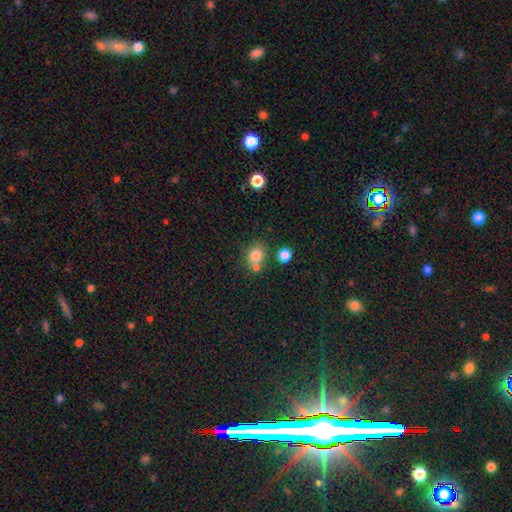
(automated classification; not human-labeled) Overall: smooth (78%). How rounded: round (66%; in between 33%). Merging: none (54%; merger 30%).